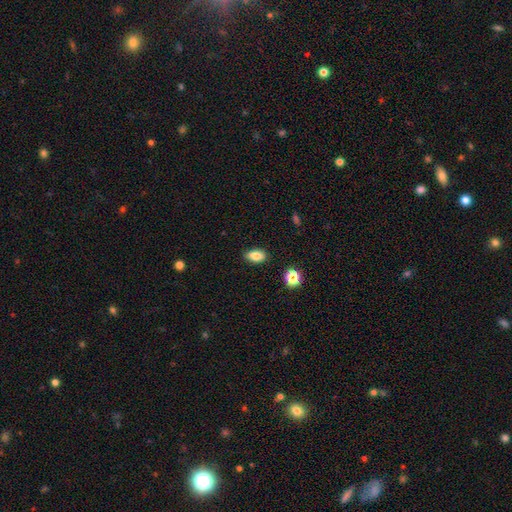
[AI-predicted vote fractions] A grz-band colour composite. It shows a smooth galaxy with no disk features (83%) that is in between round and cigar-shaped (87%). Merging: none (86%).